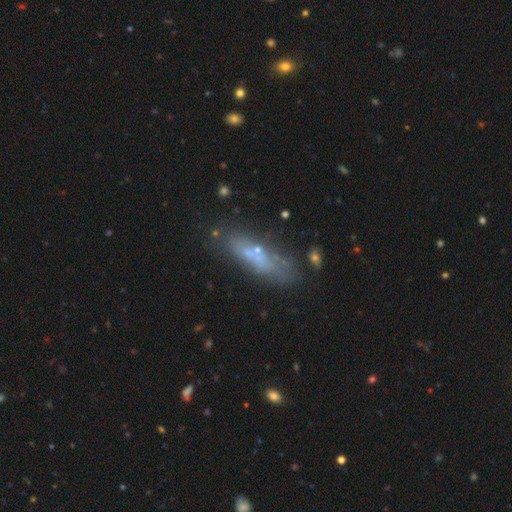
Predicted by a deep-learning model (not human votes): The model was most divided on "smooth or featured": smooth: 47%, featured or disk: 40%, star or artifact: 13%. More confident: merging — none (58%).